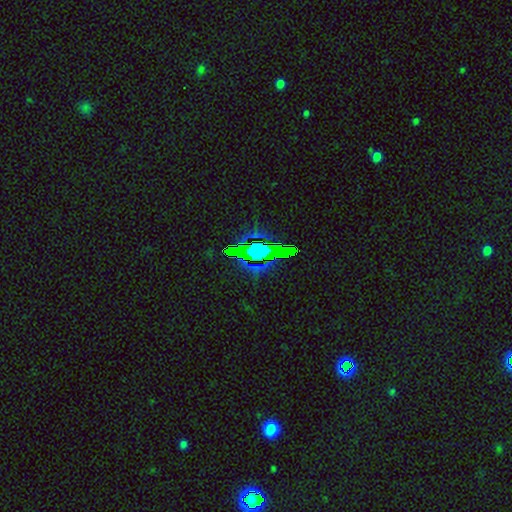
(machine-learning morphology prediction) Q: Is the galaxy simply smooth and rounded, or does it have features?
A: star or artifact — 68%.